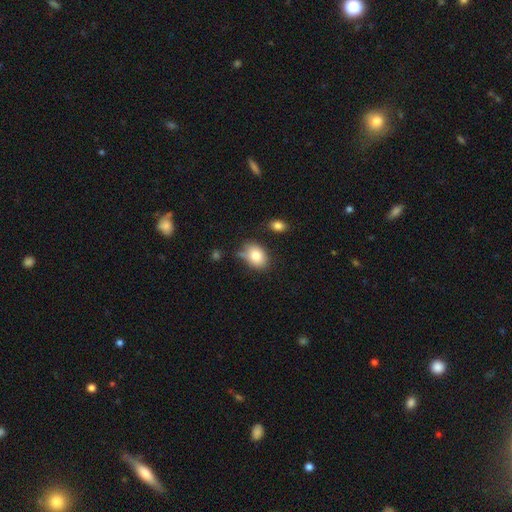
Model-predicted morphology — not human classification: A smooth galaxy with no disk features (81%) that is in between round and cigar-shaped (74%).

Vote fractions:
- Smooth or featured? smooth: 81% / featured or disk: 10% / star or artifact: 9%
- How rounded? in between: 74% / round: 25% / cigar-shaped: 1%
- Merging? none: 61% / minor disturbance: 25% / merger: 8% / major disturbance: 6%